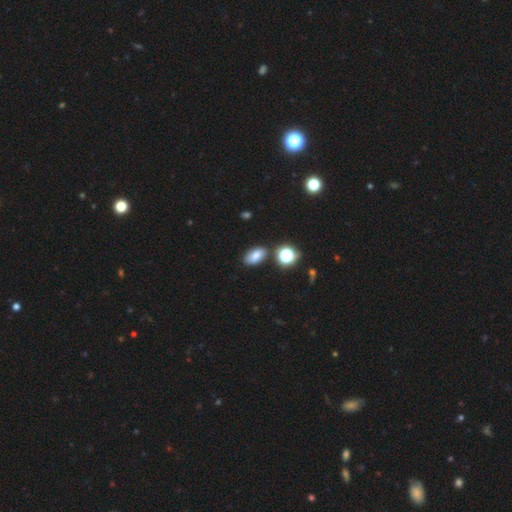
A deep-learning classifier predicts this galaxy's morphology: smooth_or_featured: smooth (p=0.76) [alt: star or artifact p=0.15]
how_rounded: in between (p=0.87) [alt: round p=0.10]
merging: none (p=0.81) [alt: minor disturbance p=0.11]